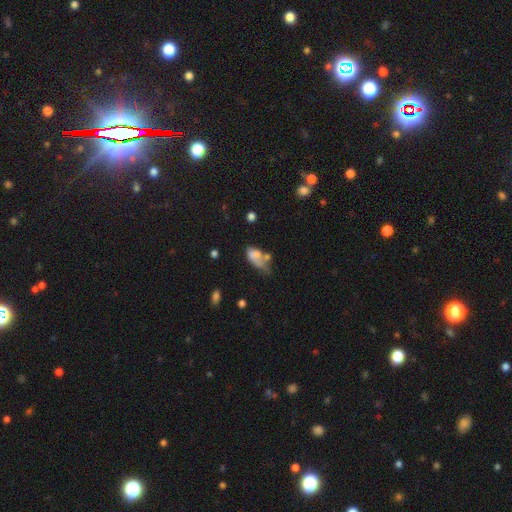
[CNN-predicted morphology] A smooth galaxy with no disk features (63%) that is in between round and cigar-shaped (86%). Merging: merger (30%).